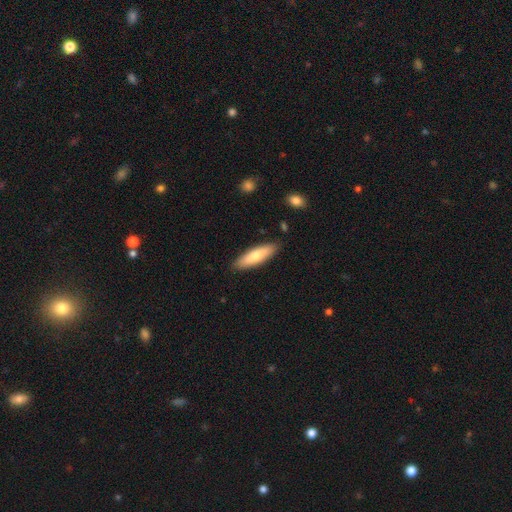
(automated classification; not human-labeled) The model was most divided on "how rounded": cigar-shaped: 61%, in between: 37%, round: 2%. More confident: merging — none (87%); smooth or featured — smooth (70%).